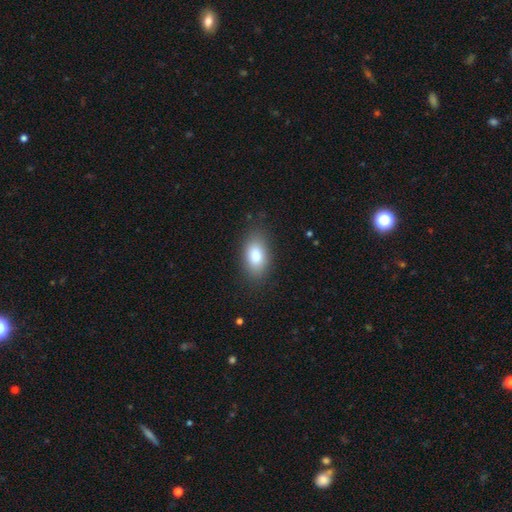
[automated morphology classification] The model was most divided on "merging": none: 83%, minor disturbance: 12%, major disturbance: 4%, merger: 1%. More confident: how rounded — in between (89%); smooth or featured — smooth (81%).